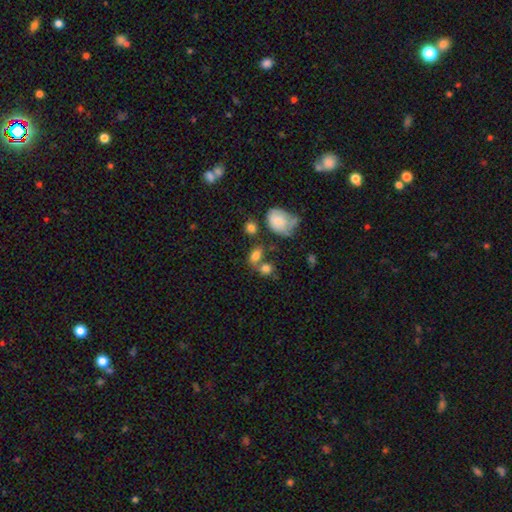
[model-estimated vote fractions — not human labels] Q: Smooth or featured?
A: smooth (77%); runner-up: featured or disk (12%)
Q: How rounded?
A: in between (77%); runner-up: round (20%)
Q: Merging?
A: none (44%); runner-up: merger (33%)